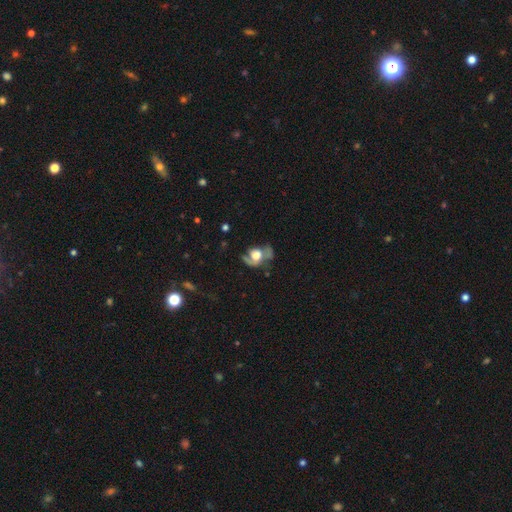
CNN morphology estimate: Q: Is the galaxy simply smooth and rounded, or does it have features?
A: featured or disk — 52%.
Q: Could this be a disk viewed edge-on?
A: no — 94%.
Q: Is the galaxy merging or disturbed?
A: major disturbance — 36%.